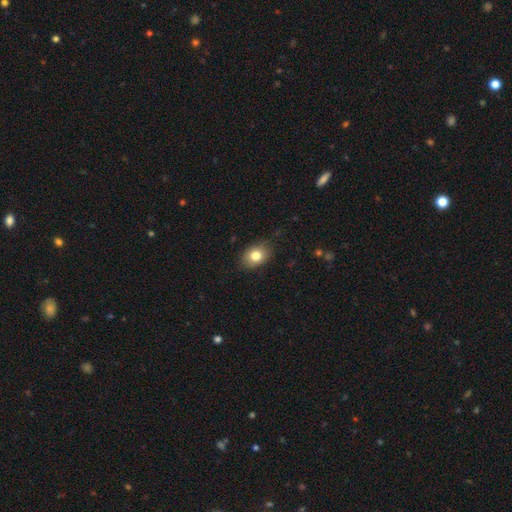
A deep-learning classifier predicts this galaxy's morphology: smooth 81%, featured or disk 10%, star or artifact 9%. Down the decision tree: how rounded — in between (67%); merging — none (81%).